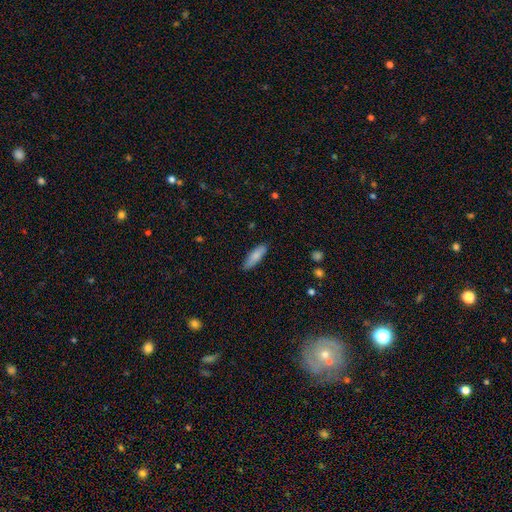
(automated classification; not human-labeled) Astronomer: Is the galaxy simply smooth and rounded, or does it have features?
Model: smooth — 81%.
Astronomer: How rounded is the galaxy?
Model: cigar-shaped — 56% (runner-up: in between, 42%).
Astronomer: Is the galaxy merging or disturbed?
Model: none — 82%.